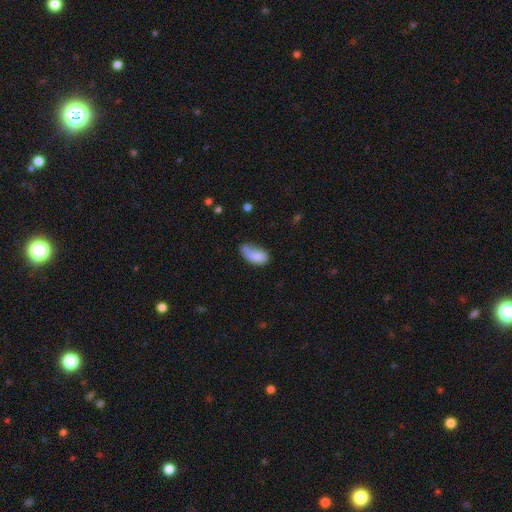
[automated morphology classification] This is likely a smooth galaxy (79%). How rounded: clearly in between (91%). Merging: marginally minor disturbance (35%).